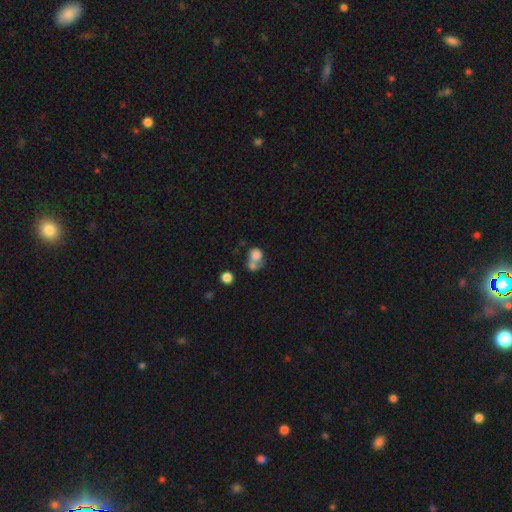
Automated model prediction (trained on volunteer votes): Overall: smooth (75%). How rounded: round (67%; in between 32%). Merging: merger (53%; none 27%).